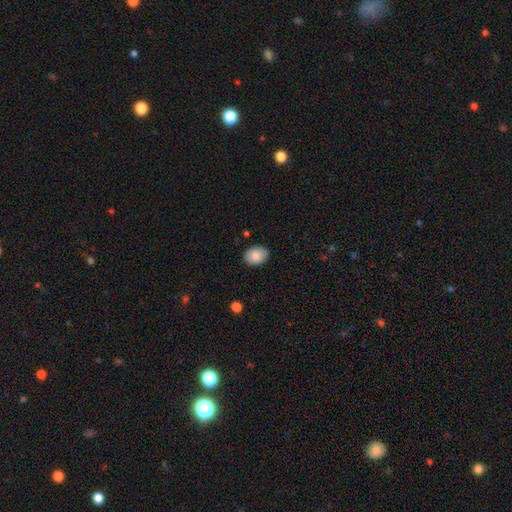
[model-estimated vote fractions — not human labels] smooth-or-featured: smooth: 84% | featured or disk: 9% | star or artifact: 7%
  how-rounded: in between: 67% | round: 32% | cigar-shaped: 1%
  merging: none: 85% | minor disturbance: 11% | major disturbance: 2% | merger: 1%